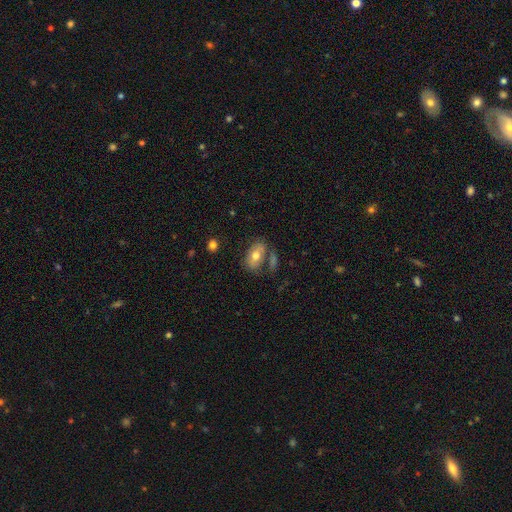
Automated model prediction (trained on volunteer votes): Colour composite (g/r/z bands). It shows a smooth galaxy with no disk features (64%) that is in between round and cigar-shaped (88%). Merging: none (59%).